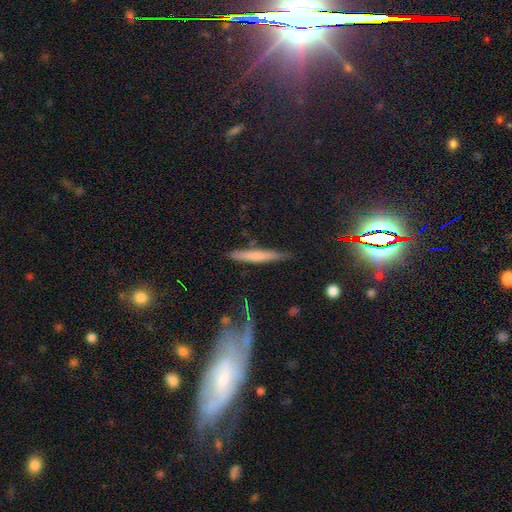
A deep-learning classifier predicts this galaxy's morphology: A smooth galaxy with no disk features (60%) that is cigar-shaped (94%). Merging: none (76%).